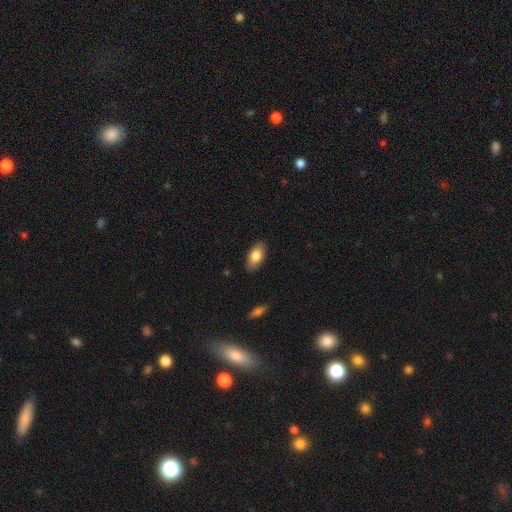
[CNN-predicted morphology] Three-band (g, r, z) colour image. It shows a smooth galaxy with no disk features (81%) that is in between round and cigar-shaped (92%). Merging: none (87%).